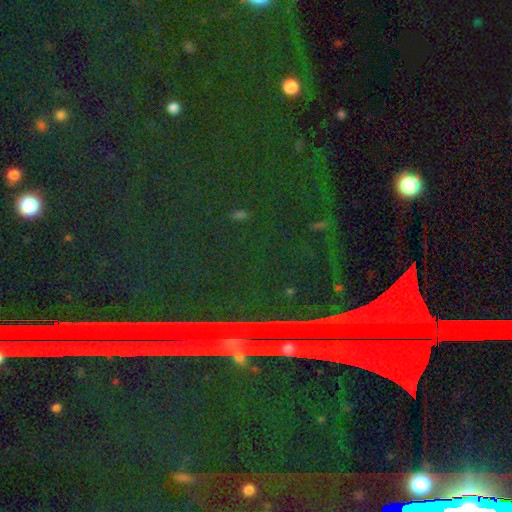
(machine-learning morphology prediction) This appears to be a star or artifact, not a galaxy (85%).